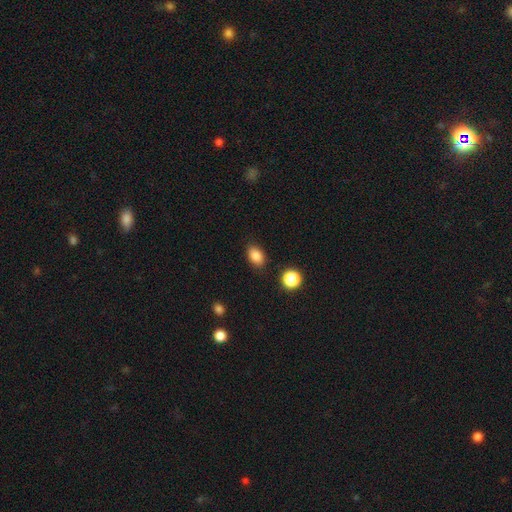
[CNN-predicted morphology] Smooth or featured? Predicted: smooth (p=0.85). How rounded? Predicted: in between (p=0.83). Merging? Predicted: none (p=0.86).